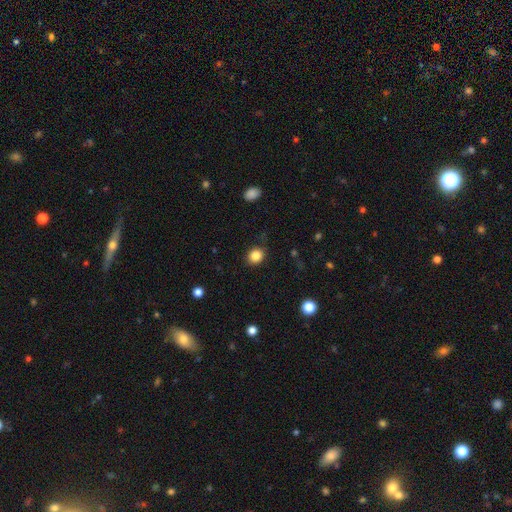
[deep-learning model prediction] Overall: smooth (85%). How rounded: round (70%). Merging: none (84%).